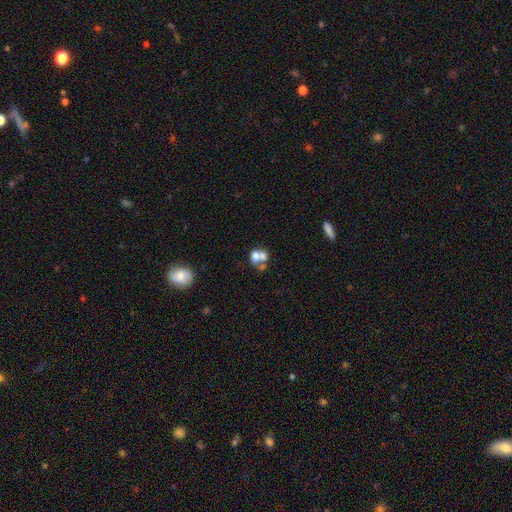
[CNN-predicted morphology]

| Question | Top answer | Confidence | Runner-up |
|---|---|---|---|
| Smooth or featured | smooth | 59% | featured or disk (28%) |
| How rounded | round | 53% | in between (46%) |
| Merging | merger | 62% | none (25%) |